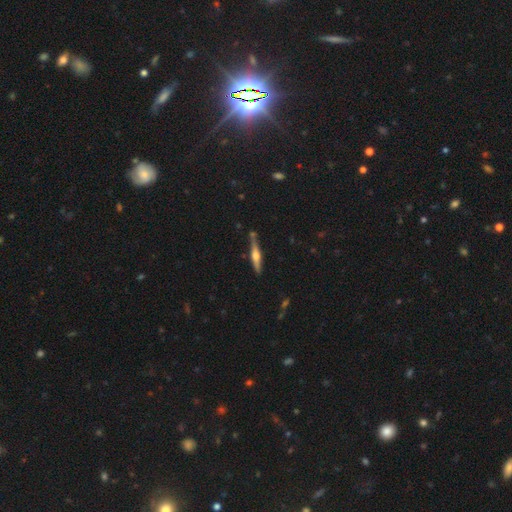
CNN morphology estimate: The model was most divided on "smooth or featured": featured or disk: 66%, smooth: 28%, star or artifact: 6%. More confident: edge-on disk — yes (97%); edge-on bulge — rounded (89%); merging — none (80%).